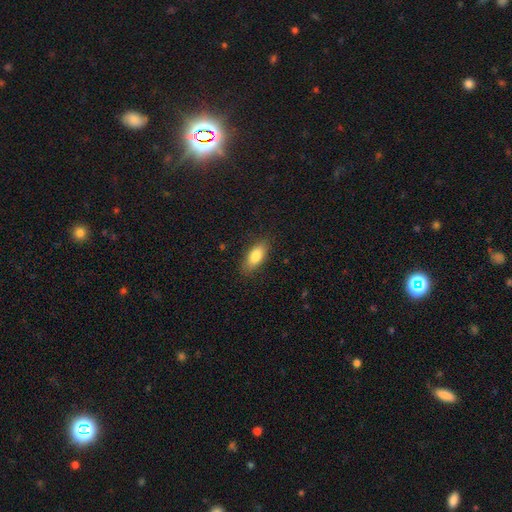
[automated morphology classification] type=smooth (83%); roundness=in between (82%); merging=none (85%).